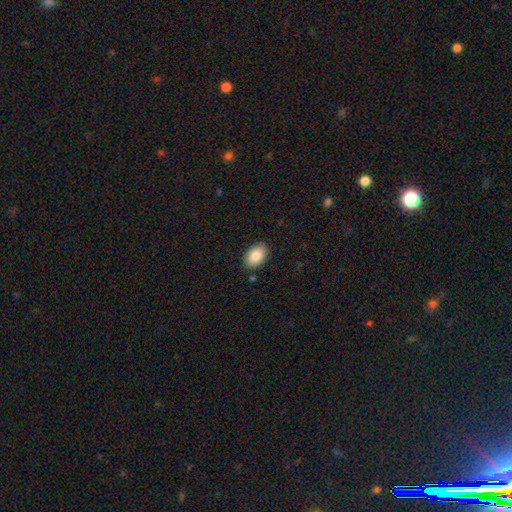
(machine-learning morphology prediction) Smooth or featured: smooth — 86% (featured or disk — 7%)
How rounded: in between — 91% (round — 8%)
Merging: none — 86% (minor disturbance — 10%)